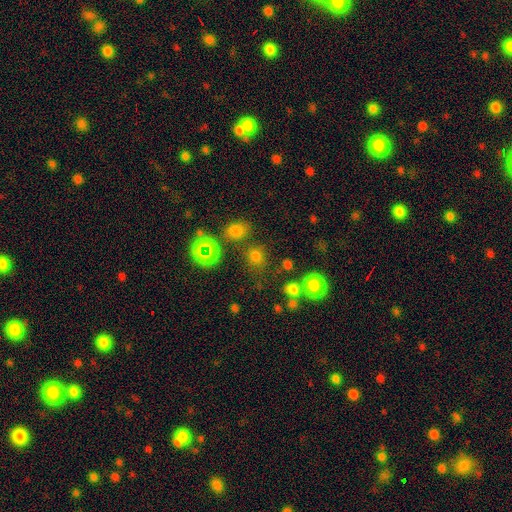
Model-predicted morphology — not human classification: The model was most divided on "smooth or featured": smooth: 69%, star or artifact: 24%, featured or disk: 7%. More confident: how rounded — round (75%); merging — none (70%).